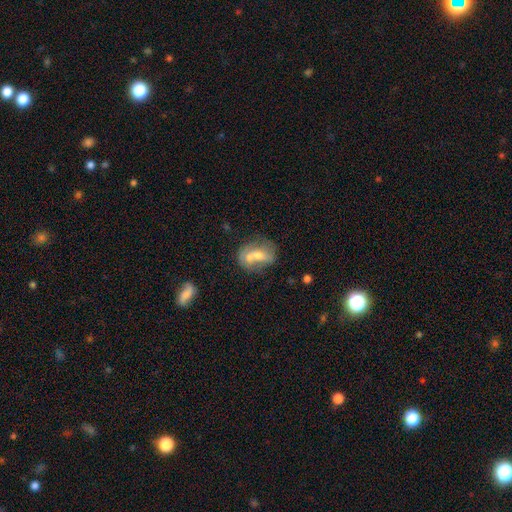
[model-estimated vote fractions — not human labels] Smooth or featured? Predicted: smooth (p=0.48). Merging? Predicted: none (p=0.35).